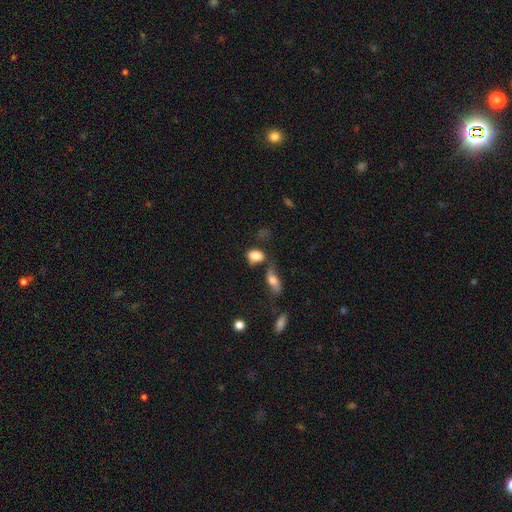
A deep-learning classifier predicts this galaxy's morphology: Overall: smooth (81%). How rounded: in between (79%). Merging: none (45%; merger 24%).